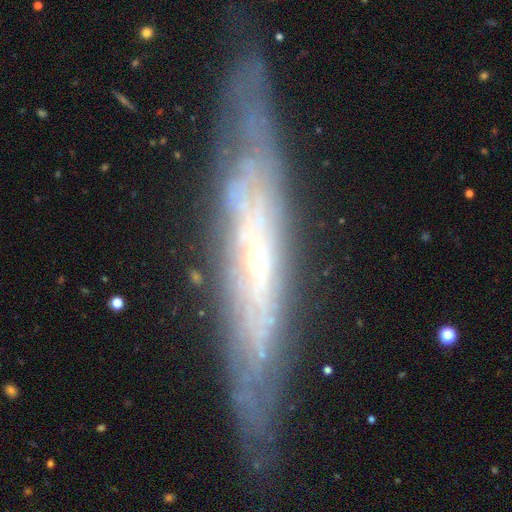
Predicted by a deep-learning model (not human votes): Morphology: type=featured or disk (74%); edge-on=yes (75%); edge-on bulge=none (70%); merging=none (77%).